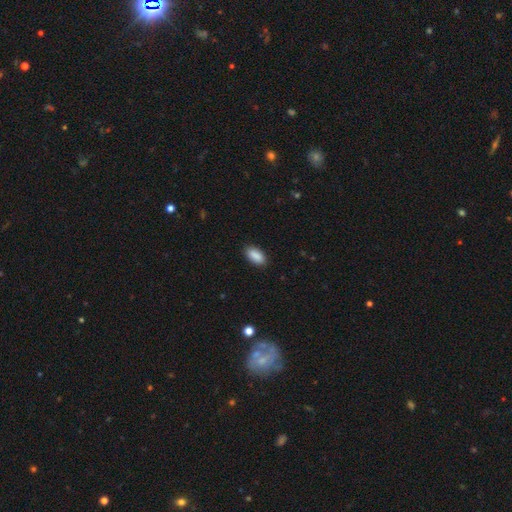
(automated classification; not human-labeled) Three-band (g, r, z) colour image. It shows a smooth galaxy with no disk features (90%) that is in between round and cigar-shaped (91%). Merging: none (88%).